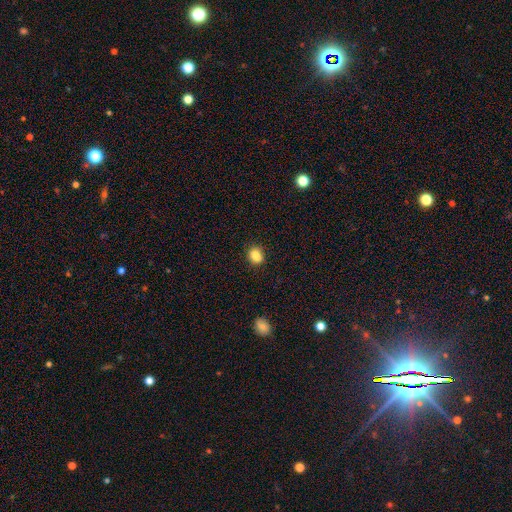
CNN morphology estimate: This appears to be a smooth galaxy with no disk features (82%) that is round (56%). Merging: none (63%).